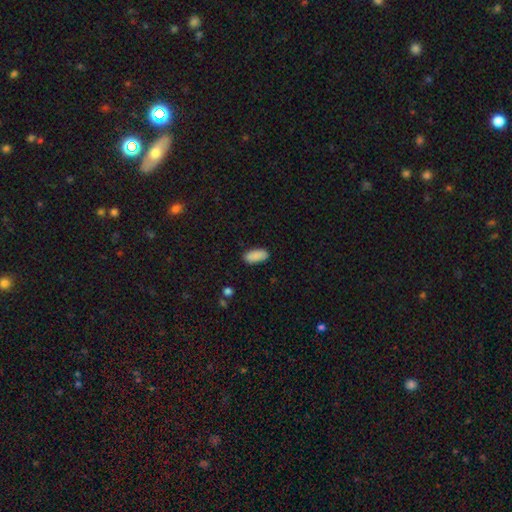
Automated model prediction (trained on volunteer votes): A smooth galaxy with no disk features (89%) that is in between round and cigar-shaped (89%).

Vote fractions:
- Smooth or featured? smooth: 89% / star or artifact: 7% / featured or disk: 4%
- How rounded? in between: 89% / cigar-shaped: 9% / round: 2%
- Merging? none: 87% / minor disturbance: 10% / major disturbance: 2% / merger: 1%